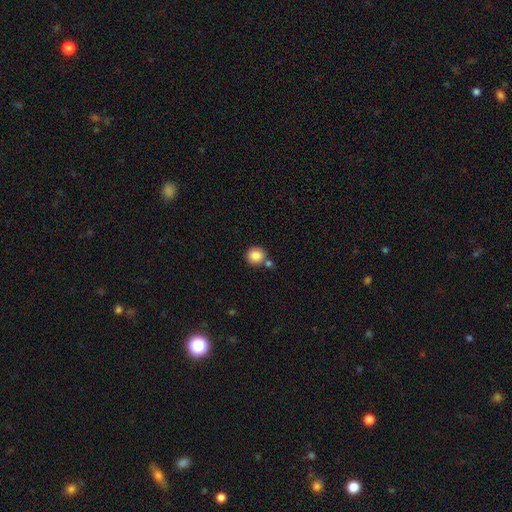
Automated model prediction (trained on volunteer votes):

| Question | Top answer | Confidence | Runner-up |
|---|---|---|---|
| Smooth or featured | smooth | 85% | star or artifact (9%) |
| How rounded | round | 91% | in between (8%) |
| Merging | none | 68% | merger (20%) |